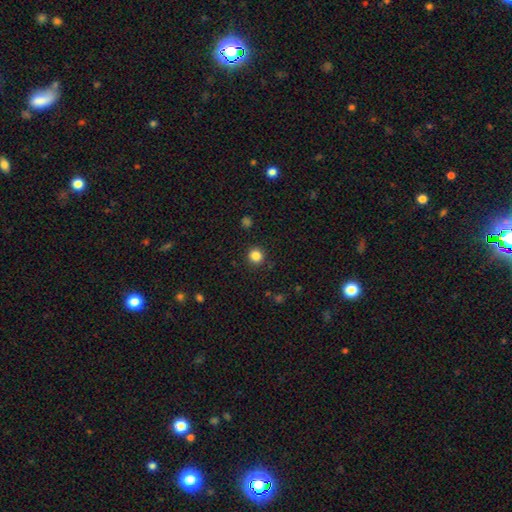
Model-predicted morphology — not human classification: This appears to be a smooth galaxy with no disk features (84%) that is round (94%). Merging: none (91%).